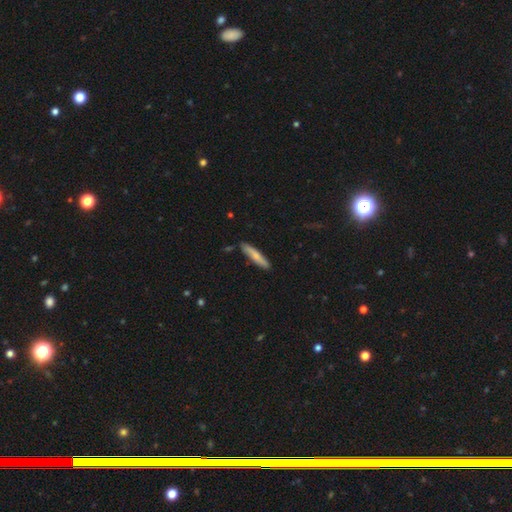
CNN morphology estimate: Smooth or featured?
  - smooth: 67% *
  - featured or disk: 28%
  - star or artifact: 5%
How rounded?
  - cigar-shaped: 88% *
  - in between: 11%
  - round: 1%
Merging?
  - none: 83% *
  - minor disturbance: 13%
  - merger: 2%
  - major disturbance: 2%